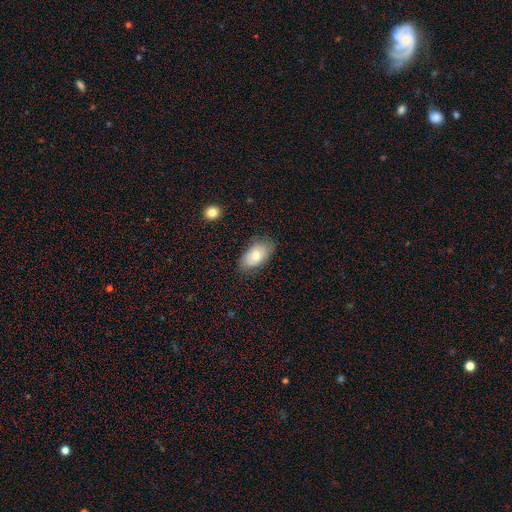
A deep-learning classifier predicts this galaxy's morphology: smooth_or_featured: smooth (p=0.72) [alt: featured or disk p=0.21]
how_rounded: in between (p=0.93) [alt: round p=0.04]
merging: none (p=0.75) [alt: minor disturbance p=0.20]